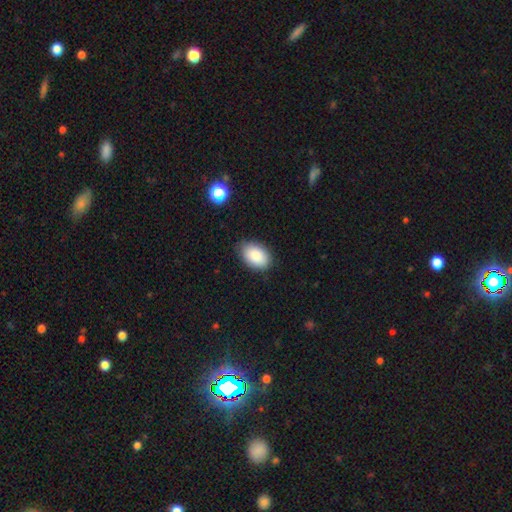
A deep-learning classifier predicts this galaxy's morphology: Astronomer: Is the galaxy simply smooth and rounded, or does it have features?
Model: smooth — 88%.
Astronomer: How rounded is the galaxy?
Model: in between — 90%.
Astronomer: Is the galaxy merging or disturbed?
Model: none — 83%.